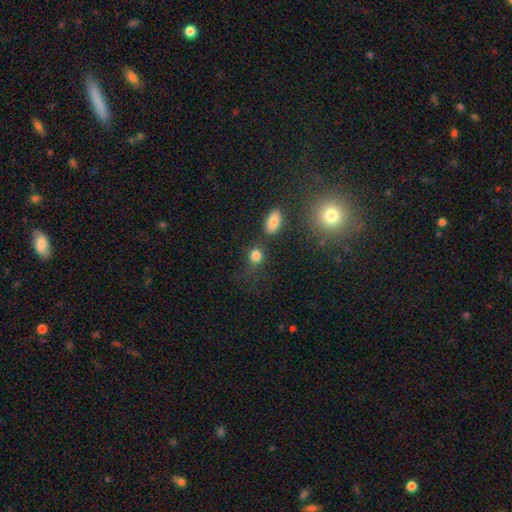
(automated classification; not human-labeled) A smooth galaxy with no disk features (82%) that is round (67%).

Vote fractions:
- Smooth or featured? smooth: 82% / star or artifact: 12% / featured or disk: 6%
- How rounded? round: 67% / in between: 32% / cigar-shaped: 2%
- Merging? none: 63% / minor disturbance: 16% / merger: 12% / major disturbance: 9%